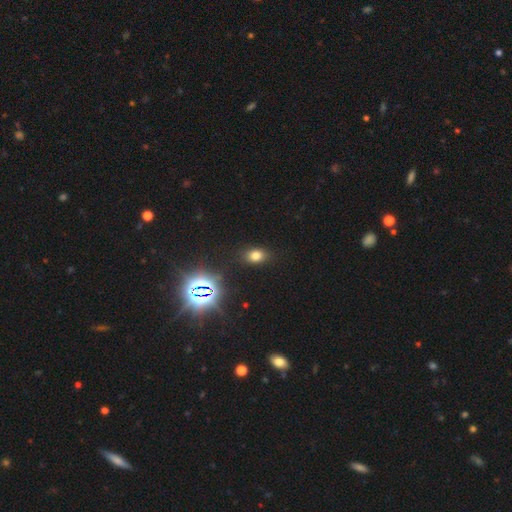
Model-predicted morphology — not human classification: Smooth or featured?
  - smooth: 71% *
  - star or artifact: 22%
  - featured or disk: 7%
How rounded?
  - in between: 76% *
  - round: 23%
  - cigar-shaped: 2%
Merging?
  - none: 85% *
  - minor disturbance: 10%
  - major disturbance: 3%
  - merger: 2%